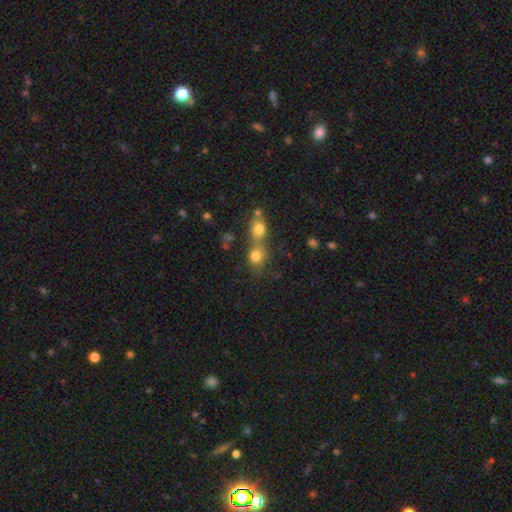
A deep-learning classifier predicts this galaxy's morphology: smooth_or_featured: smooth (p=0.76) [alt: star or artifact p=0.13]
how_rounded: round (p=0.68) [alt: in between p=0.29]
merging: merger (p=0.56) [alt: none p=0.33]